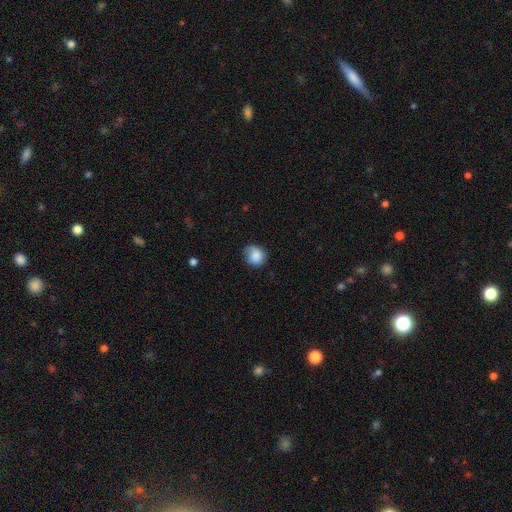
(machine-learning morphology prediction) A smooth galaxy with no disk features (82%) that is round (78%).

Vote fractions:
- Smooth or featured? smooth: 82% / featured or disk: 11% / star or artifact: 8%
- How rounded? round: 78% / in between: 21% / cigar-shaped: 1%
- Merging? none: 61% / minor disturbance: 28% / major disturbance: 9% / merger: 2%